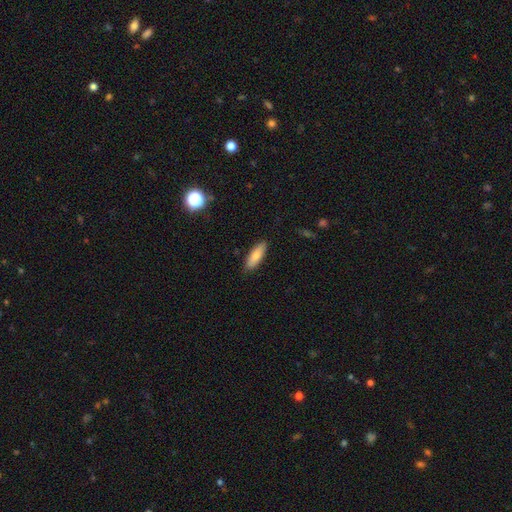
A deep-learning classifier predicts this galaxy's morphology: The model was most divided on "how rounded": in between: 56%, cigar-shaped: 42%, round: 2%. More confident: merging — none (87%); smooth or featured — smooth (80%).